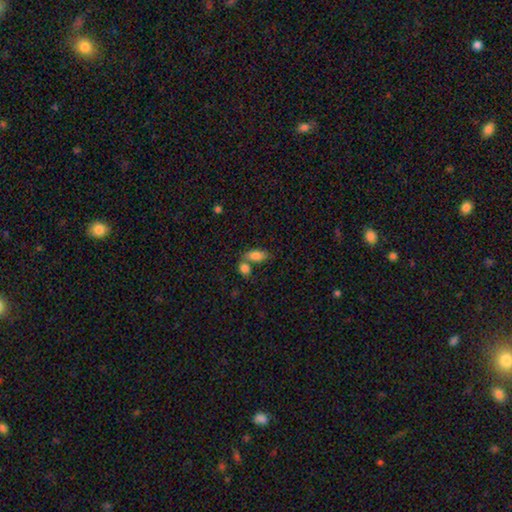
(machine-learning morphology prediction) This appears to be a smooth galaxy with no disk features (83%) that is in between round and cigar-shaped (88%). Merging: none (45%).